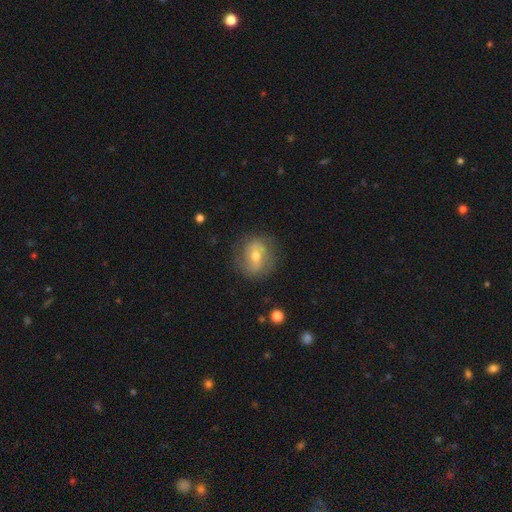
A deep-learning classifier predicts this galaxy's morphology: This appears to be a featured or disk galaxy (63%) with a weak bar (45%), spiral arms (76%) and a moderate central bulge (68%). Merging: none (74%).